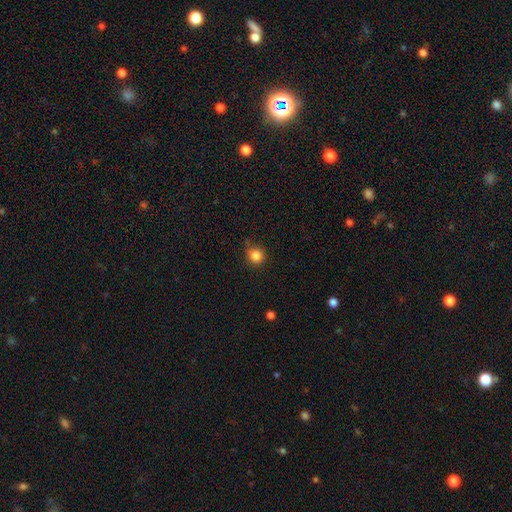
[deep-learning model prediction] A smooth galaxy with no disk features (84%) that is round (92%). Merging: none (79%).